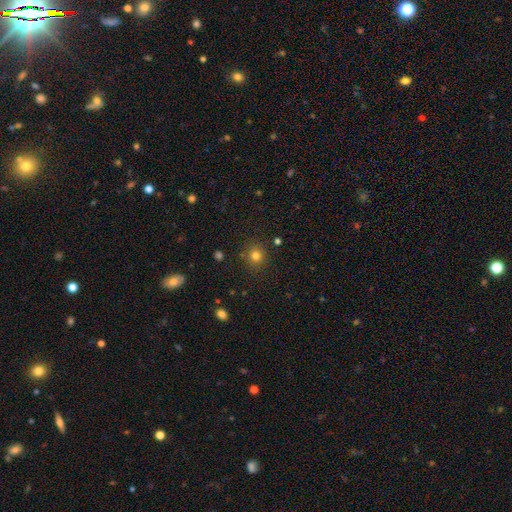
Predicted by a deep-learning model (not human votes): Smooth or featured? smooth (79%)
How rounded? round (88%)
Merging? none (86%)